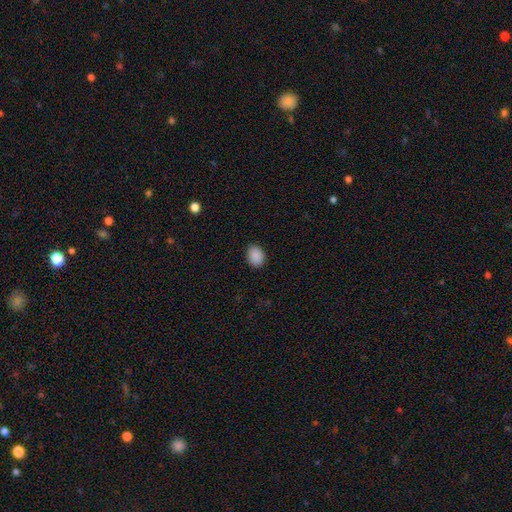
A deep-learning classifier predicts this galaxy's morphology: This is clearly a smooth galaxy (89%). How rounded: likely in between (62%). Merging: clearly none (88%).